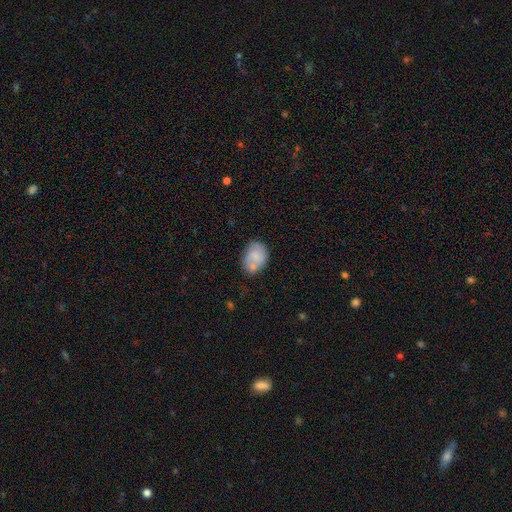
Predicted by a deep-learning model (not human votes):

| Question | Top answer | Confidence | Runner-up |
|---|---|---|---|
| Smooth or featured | smooth | 62% | featured or disk (30%) |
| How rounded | in between | 68% | round (31%) |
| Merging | none | 51% | minor disturbance (23%) |